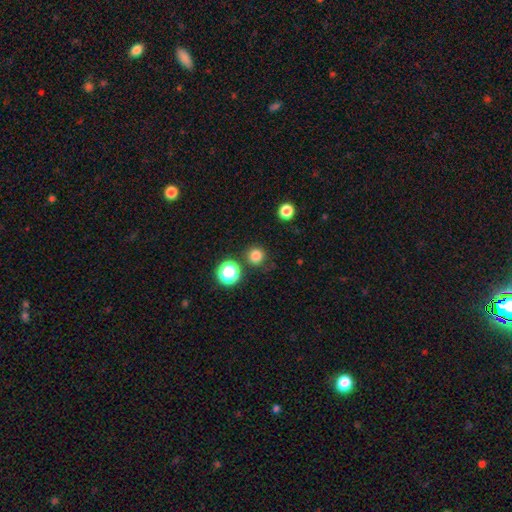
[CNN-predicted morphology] Smooth or featured?
  - smooth: 81% *
  - star or artifact: 15%
  - featured or disk: 4%
How rounded?
  - round: 94% *
  - in between: 5%
  - cigar-shaped: 1%
Merging?
  - none: 86% *
  - minor disturbance: 8%
  - merger: 4%
  - major disturbance: 3%